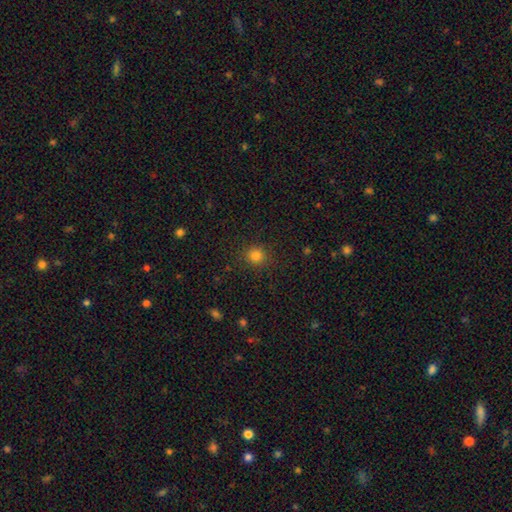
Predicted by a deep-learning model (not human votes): Smooth or featured: smooth — 81% (star or artifact — 14%)
How rounded: round — 88% (in between — 11%)
Merging: none — 88% (minor disturbance — 7%)